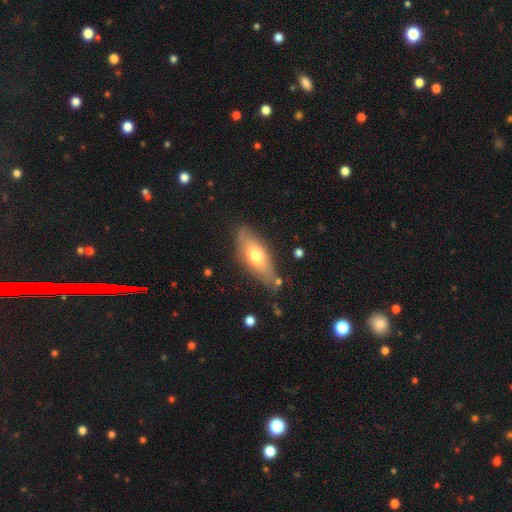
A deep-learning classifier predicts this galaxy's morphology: Smooth or featured? Predicted: smooth (p=0.60). How rounded? Predicted: in between (p=0.69). Merging? Predicted: none (p=0.75).